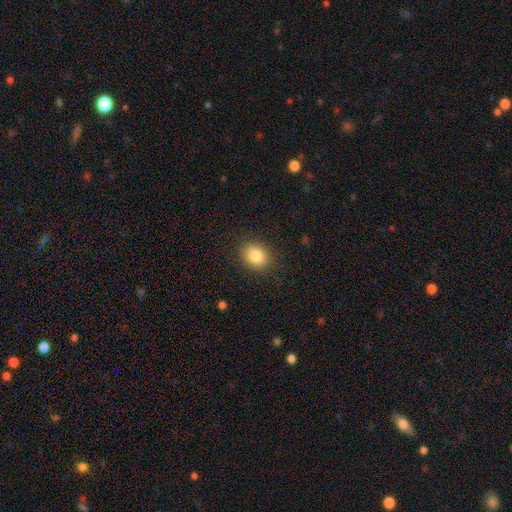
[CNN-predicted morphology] Q: Smooth or featured?
A: smooth (84%); runner-up: star or artifact (9%)
Q: How rounded?
A: in between (51%); runner-up: round (48%)
Q: Merging?
A: none (87%); runner-up: minor disturbance (9%)